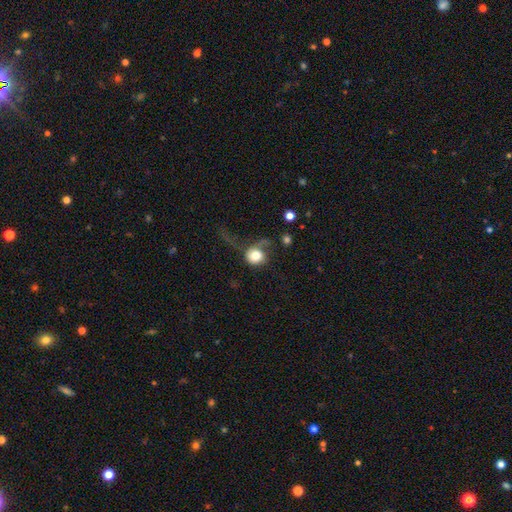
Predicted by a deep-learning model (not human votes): Morphology: type=smooth (71%); roundness=round (80%); merging=major disturbance (50%).